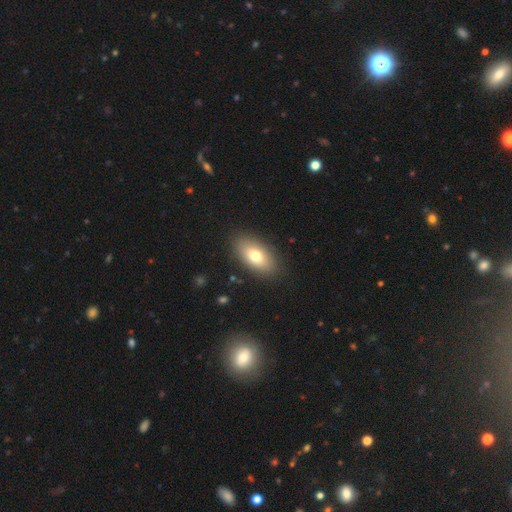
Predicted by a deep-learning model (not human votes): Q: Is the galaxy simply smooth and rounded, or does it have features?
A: smooth — 73%.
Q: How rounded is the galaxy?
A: in between — 91%.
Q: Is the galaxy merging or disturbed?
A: none — 87%.